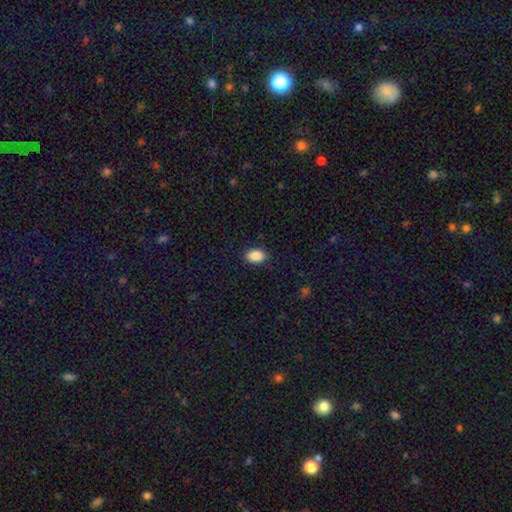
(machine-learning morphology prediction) smooth 88%, star or artifact 8%, featured or disk 4%. Down the decision tree: how rounded — in between (85%); merging — none (89%).